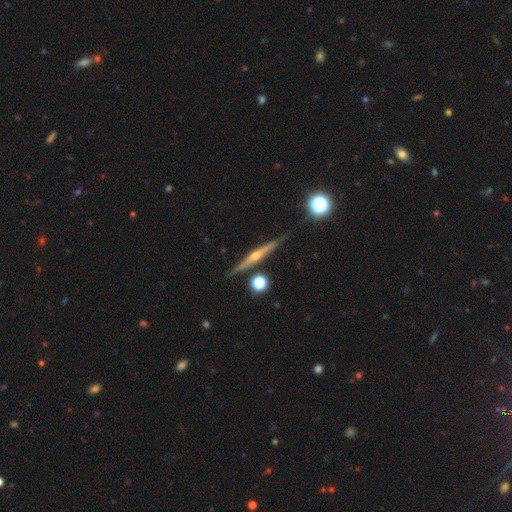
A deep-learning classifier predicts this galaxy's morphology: type=featured or disk (78%); edge-on=yes (98%); edge-on bulge=rounded (87%); merging=none (88%).